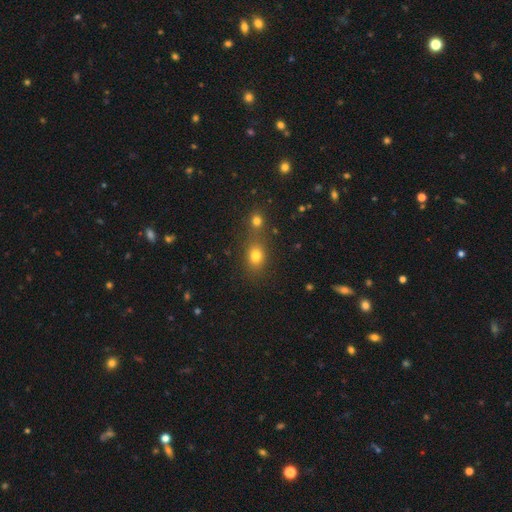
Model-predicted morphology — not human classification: Q: Smooth or featured?
A: smooth (77%); runner-up: star or artifact (15%)
Q: How rounded?
A: round (51%); runner-up: in between (48%)
Q: Merging?
A: none (58%); runner-up: merger (28%)